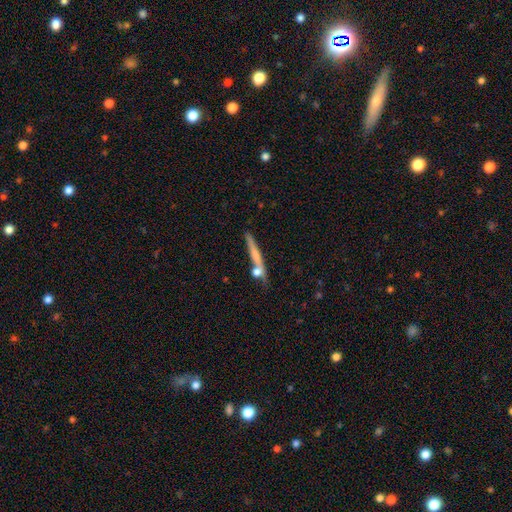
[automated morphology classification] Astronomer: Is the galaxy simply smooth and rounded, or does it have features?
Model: smooth — 51% (runner-up: featured or disk, 41%).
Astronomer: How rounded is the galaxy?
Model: cigar-shaped — 89%.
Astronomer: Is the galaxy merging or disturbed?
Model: none — 63%.